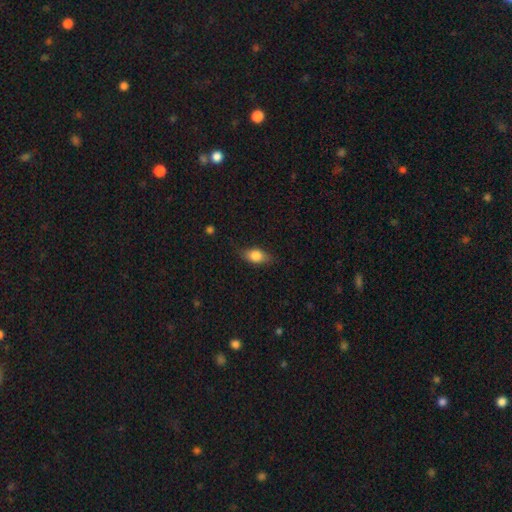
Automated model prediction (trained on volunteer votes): smooth_or_featured: smooth (p=0.78) [alt: featured or disk p=0.15]
how_rounded: in between (p=0.82) [alt: round p=0.09]
merging: none (p=0.77) [alt: minor disturbance p=0.18]